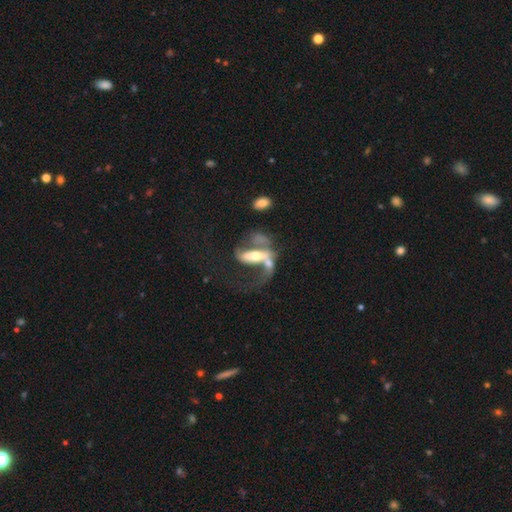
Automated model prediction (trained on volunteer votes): A featured or disk galaxy (64%) with no bar (40%), spiral arms (63%) and a moderate central bulge (57%). Merging: merger (41%).